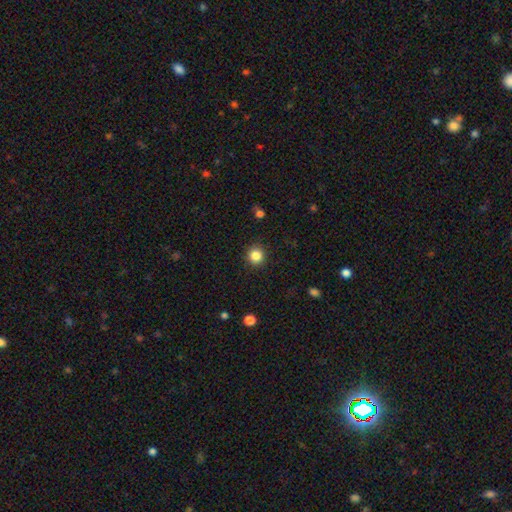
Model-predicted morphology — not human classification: smooth_or_featured: smooth (p=0.85) [alt: star or artifact p=0.11]
how_rounded: round (p=0.92) [alt: in between p=0.07]
merging: none (p=0.91) [alt: minor disturbance p=0.06]